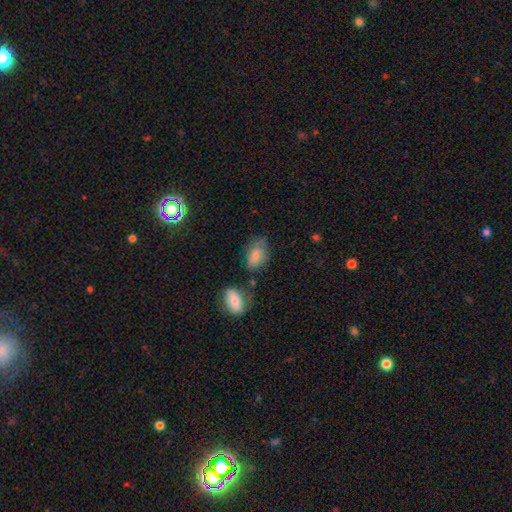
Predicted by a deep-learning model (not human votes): A smooth galaxy with no disk features (77%) that is in between round and cigar-shaped (88%). Merging: none (50%).